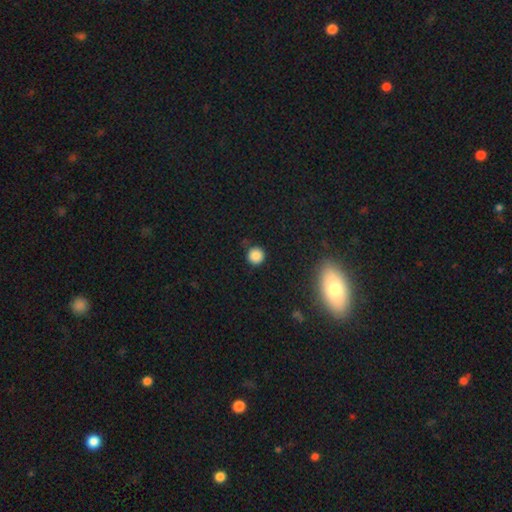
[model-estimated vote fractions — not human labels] This appears to be a smooth galaxy with no disk features (85%) that is round (95%). Merging: none (88%).